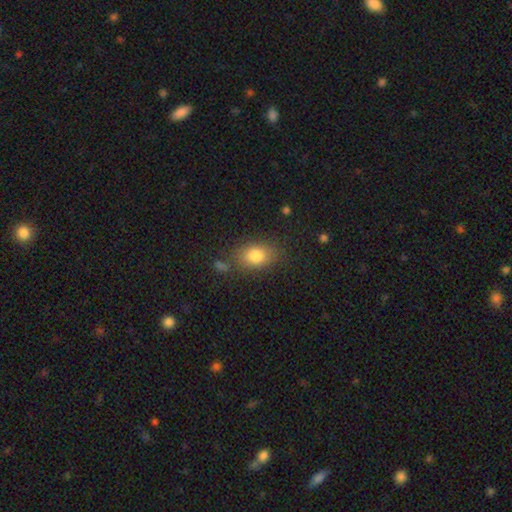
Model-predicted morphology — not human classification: smooth_or_featured: smooth (p=0.82) [alt: star or artifact p=0.09]
how_rounded: in between (p=0.76) [alt: round p=0.22]
merging: none (p=0.75) [alt: minor disturbance p=0.15]